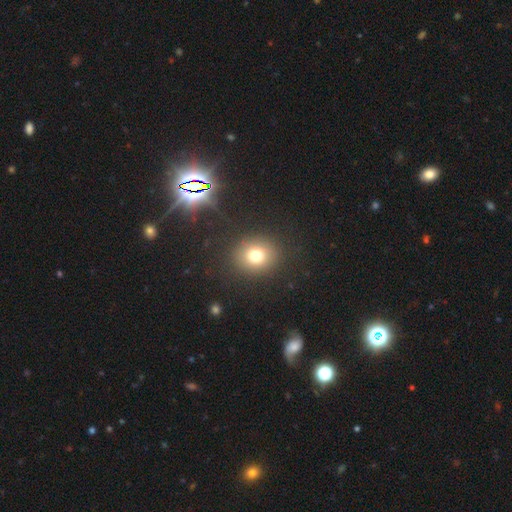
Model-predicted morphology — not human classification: A smooth galaxy with no disk features (74%) that is round (74%).

Vote fractions:
- Smooth or featured? smooth: 74% / star or artifact: 15% / featured or disk: 10%
- How rounded? round: 74% / in between: 25% / cigar-shaped: 1%
- Merging? none: 88% / minor disturbance: 7% / major disturbance: 4% / merger: 1%